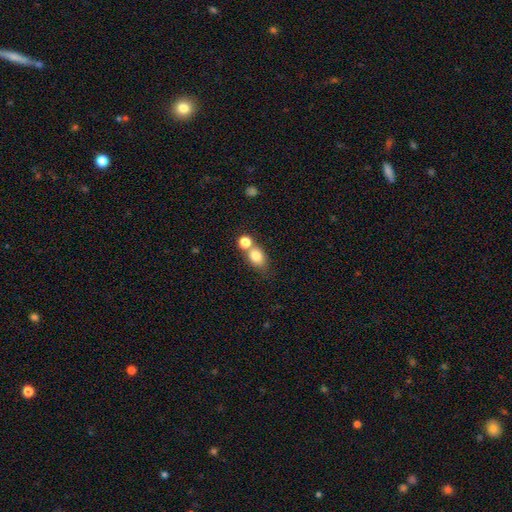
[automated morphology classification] smooth_or_featured: smooth (p=0.79) [alt: featured or disk p=0.11]
how_rounded: in between (p=0.55) [alt: round p=0.43]
merging: merger (p=0.48) [alt: none p=0.39]